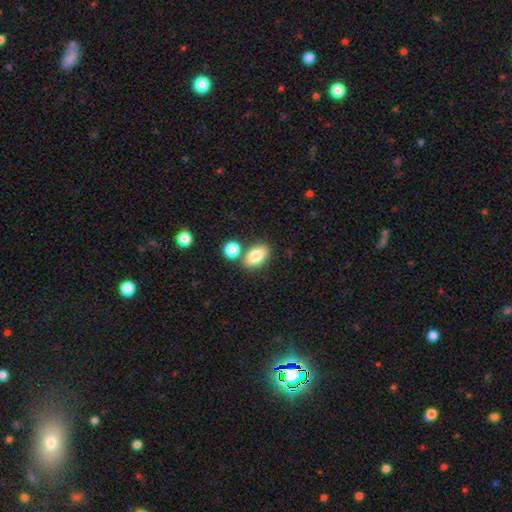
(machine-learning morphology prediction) smooth 85%, featured or disk 8%, star or artifact 8%. Down the decision tree: how rounded — in between (89%); merging — none (68%).